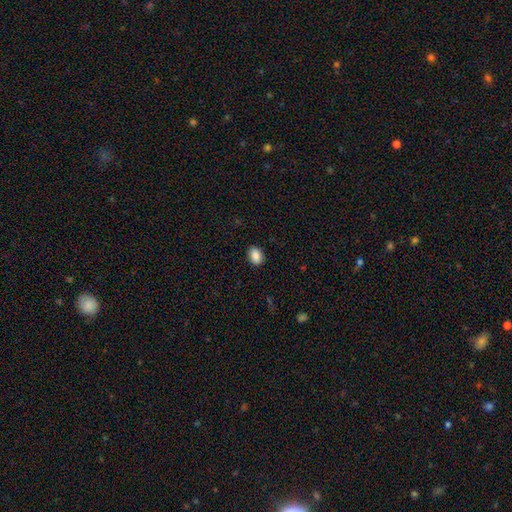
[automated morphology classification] smooth-or-featured: smooth: 88% | star or artifact: 8% | featured or disk: 4%
  how-rounded: in between: 77% | round: 22% | cigar-shaped: 1%
  merging: none: 89% | minor disturbance: 8% | major disturbance: 2% | merger: 1%